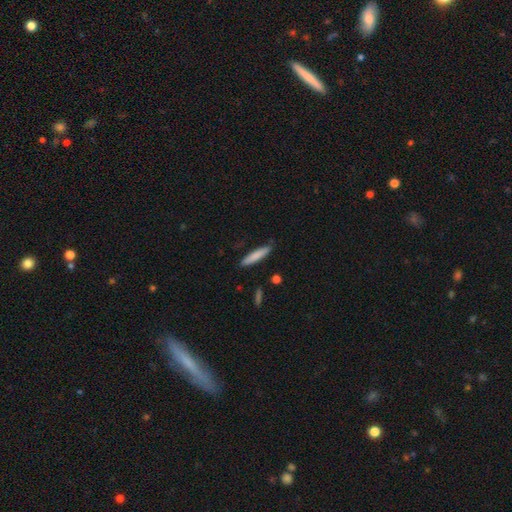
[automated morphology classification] A smooth galaxy with no disk features (80%) that is cigar-shaped (88%).

Vote fractions:
- Smooth or featured? smooth: 80% / featured or disk: 15% / star or artifact: 6%
- How rounded? cigar-shaped: 88% / in between: 10% / round: 1%
- Merging? none: 86% / minor disturbance: 11% / major disturbance: 2% / merger: 2%